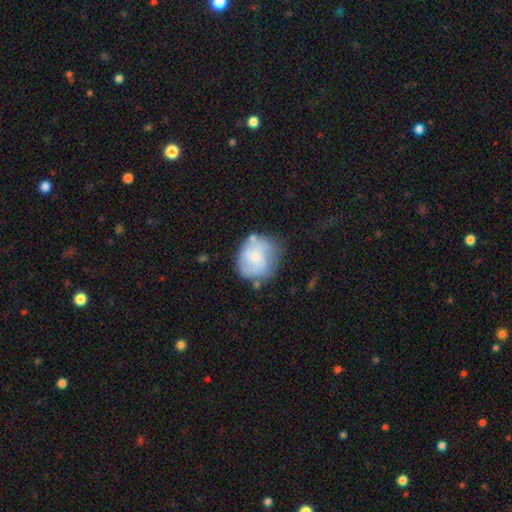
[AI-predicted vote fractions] Smooth or featured: featured or disk — 47% (smooth — 46%)
Merging: none — 59% (minor disturbance — 24%)